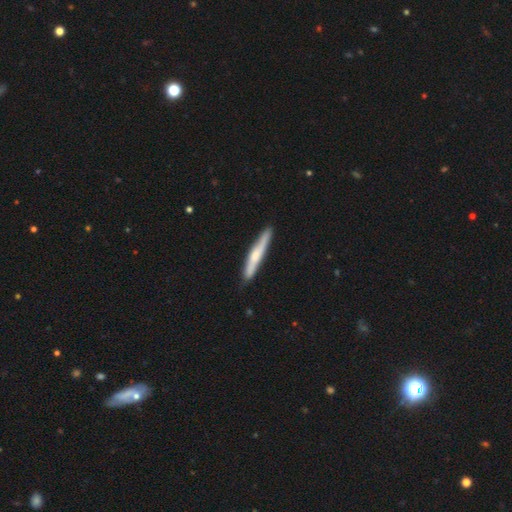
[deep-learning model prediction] Morphology: type=smooth (47%, tied with featured or disk); merging=none (85%).